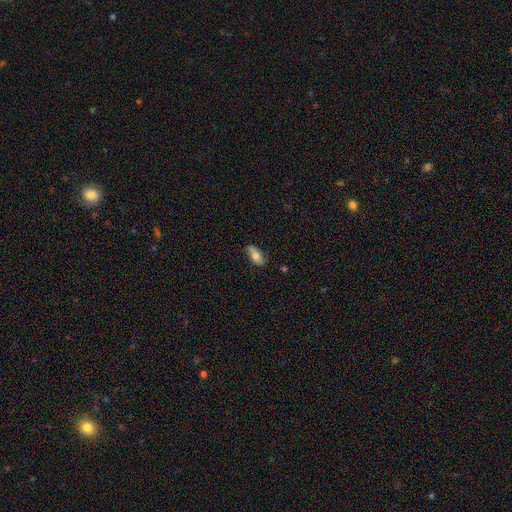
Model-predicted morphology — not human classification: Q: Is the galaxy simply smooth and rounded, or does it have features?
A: smooth — 70%.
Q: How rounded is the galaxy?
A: in between — 85%.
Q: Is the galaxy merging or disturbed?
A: none — 75%.